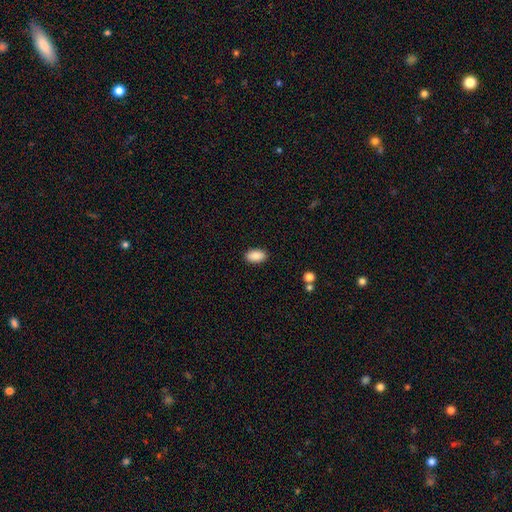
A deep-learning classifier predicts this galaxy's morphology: smooth-or-featured: smooth: 89% | star or artifact: 7% | featured or disk: 4%
  how-rounded: in between: 93% | round: 5% | cigar-shaped: 2%
  merging: none: 89% | minor disturbance: 7% | major disturbance: 2% | merger: 1%